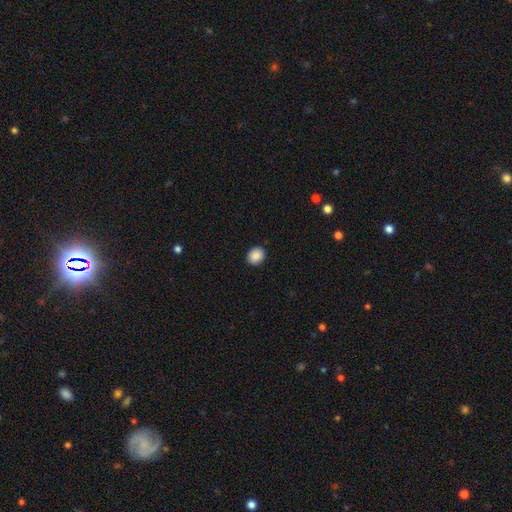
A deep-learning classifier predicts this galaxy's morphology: smooth-or-featured: smooth: 89% | star or artifact: 8% | featured or disk: 3%
  how-rounded: round: 65% | in between: 34% | cigar-shaped: 1%
  merging: none: 91% | minor disturbance: 6% | major disturbance: 2% | merger: 1%